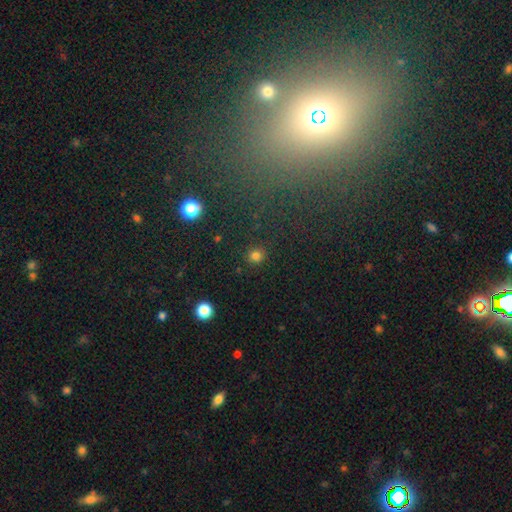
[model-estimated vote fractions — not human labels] A smooth galaxy with no disk features (78%) that is round (91%).

Vote fractions:
- Smooth or featured? smooth: 78% / star or artifact: 17% / featured or disk: 5%
- How rounded? round: 91% / in between: 8% / cigar-shaped: 1%
- Merging? none: 89% / minor disturbance: 7% / major disturbance: 2% / merger: 2%